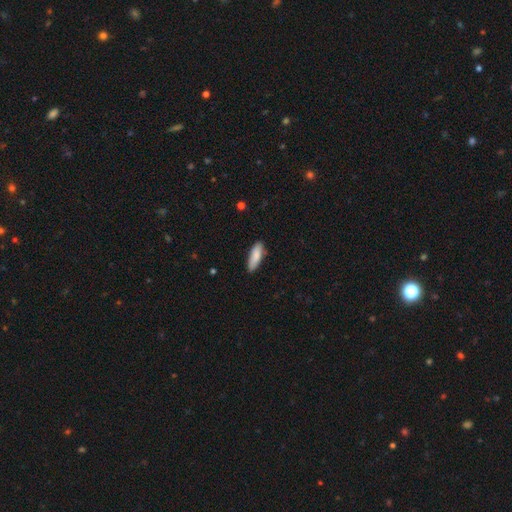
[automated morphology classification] smooth_or_featured: smooth (p=0.85) [alt: featured or disk p=0.09]
how_rounded: in between (p=0.52) [alt: cigar-shaped p=0.47]
merging: none (p=0.81) [alt: minor disturbance p=0.15]